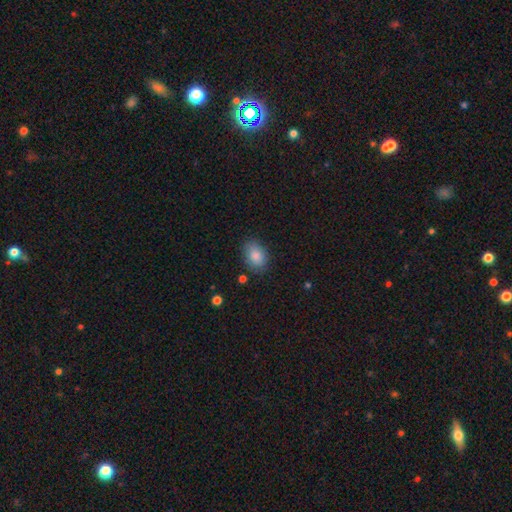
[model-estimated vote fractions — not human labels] This is clearly a smooth galaxy (86%). How rounded: likely in between (78%). Merging: clearly none (80%).